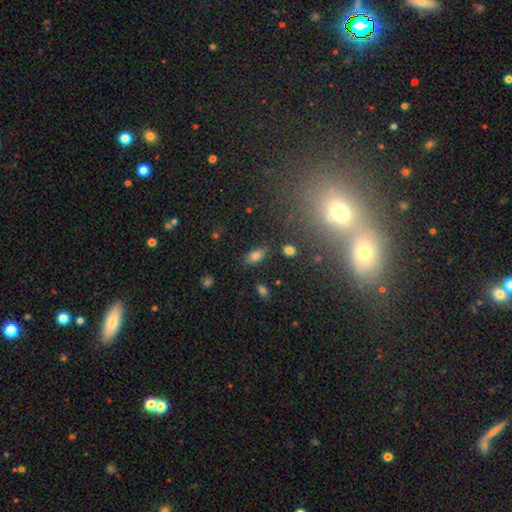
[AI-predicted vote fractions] Morphology: type=smooth (78%); roundness=in between (89%); merging=none (80%).